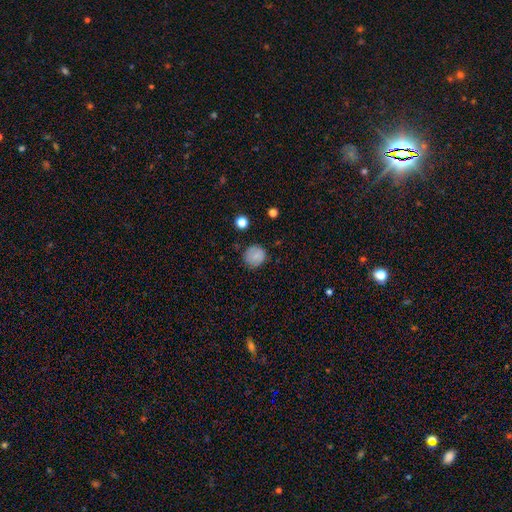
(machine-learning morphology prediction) smooth_or_featured: smooth (p=0.83) [alt: star or artifact p=0.10]
how_rounded: round (p=0.88) [alt: in between p=0.11]
merging: none (p=0.81) [alt: minor disturbance p=0.14]